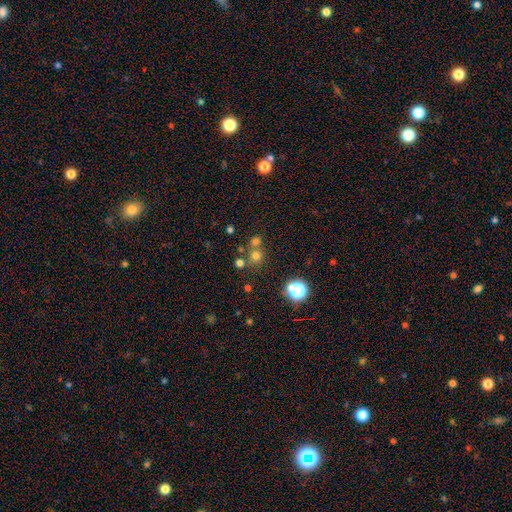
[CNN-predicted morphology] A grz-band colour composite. It shows a smooth galaxy with no disk features (62%) that is round (90%). Merging: none (62%).